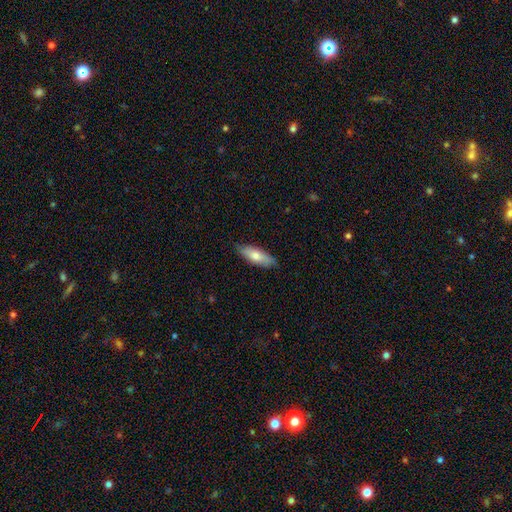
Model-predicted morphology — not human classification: smooth 68%, featured or disk 26%, star or artifact 6%. Down the decision tree: how rounded — in between (61%); merging — none (83%).